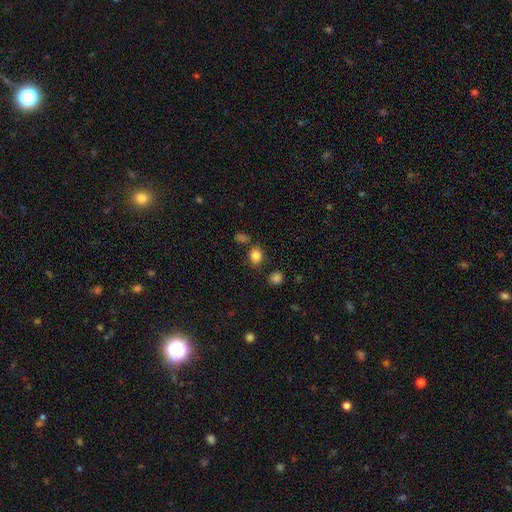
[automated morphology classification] Q: Smooth or featured?
A: smooth (82%); runner-up: star or artifact (12%)
Q: How rounded?
A: round (53%); runner-up: in between (46%)
Q: Merging?
A: none (75%); runner-up: minor disturbance (14%)